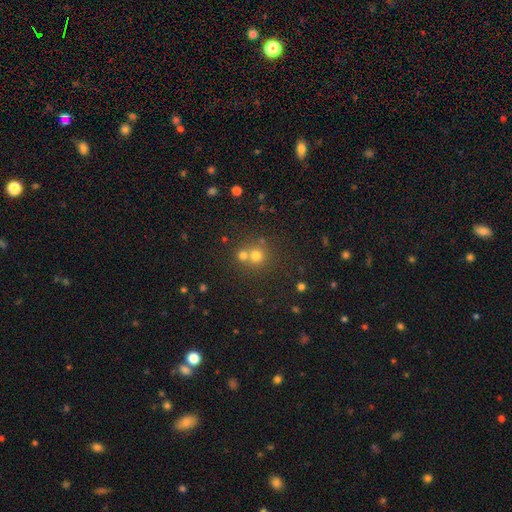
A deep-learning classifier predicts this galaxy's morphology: This appears to be a smooth galaxy with no disk features (69%) that is round (90%). Merging: none (54%).